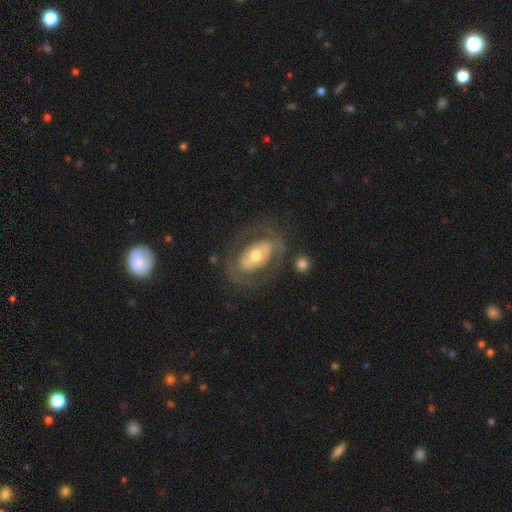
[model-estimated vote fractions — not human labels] smooth-or-featured: featured or disk: 63% | smooth: 31% | star or artifact: 6%
  disk-edge-on: no: 92% | yes: 8%
    bar: no: 59% | weak: 22% | strong: 19%
    has-spiral-arms: no: 65% | yes: 35%
    bulge-size: moderate: 68% | small: 20% | large: 10% | dominant: 1% | none: 1%
  merging: none: 71% | minor disturbance: 15% | major disturbance: 12% | merger: 3%